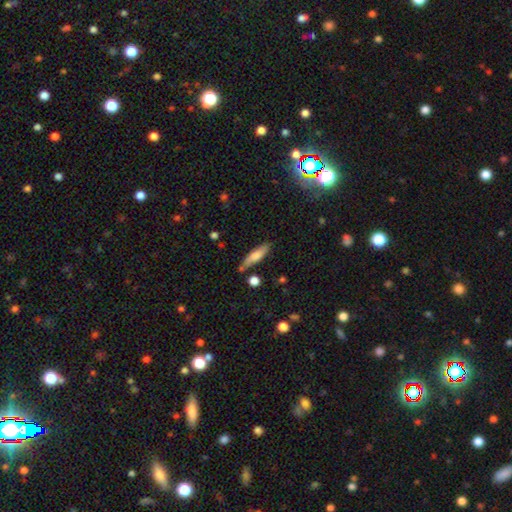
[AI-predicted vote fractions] A smooth galaxy with no disk features (71%) that is cigar-shaped (64%).

Vote fractions:
- Smooth or featured? smooth: 71% / featured or disk: 22% / star or artifact: 7%
- How rounded? cigar-shaped: 64% / in between: 34% / round: 2%
- Merging? none: 75% / minor disturbance: 15% / merger: 6% / major disturbance: 3%